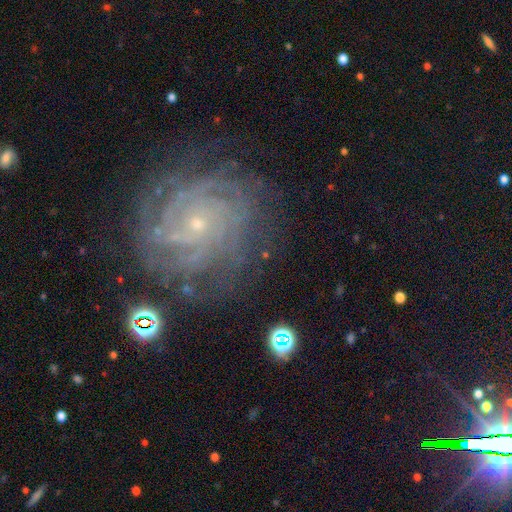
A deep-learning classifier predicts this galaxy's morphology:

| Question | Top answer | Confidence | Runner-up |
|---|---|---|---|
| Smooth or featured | featured or disk | 80% | star or artifact (12%) |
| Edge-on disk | no | 97% | yes (3%) |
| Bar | no | 74% | weak (20%) |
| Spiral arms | yes | 97% | no (3%) |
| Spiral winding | tight | 78% | medium (18%) |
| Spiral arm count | can't tell | 31% | more than 4 (19%) |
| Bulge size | small | 87% | moderate (9%) |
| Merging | none | 78% | minor disturbance (14%) |